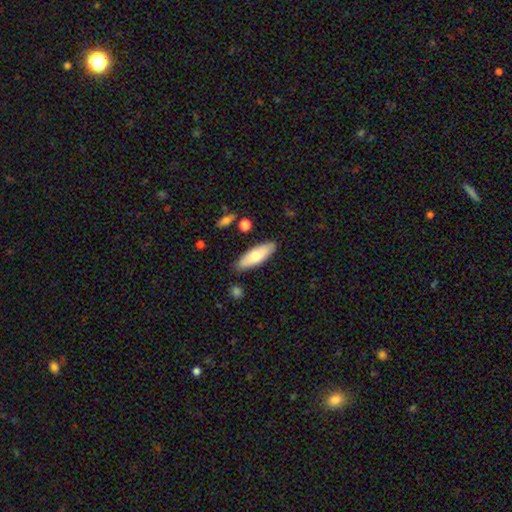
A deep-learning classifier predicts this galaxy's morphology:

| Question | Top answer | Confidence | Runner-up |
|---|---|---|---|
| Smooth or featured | smooth | 68% | featured or disk (26%) |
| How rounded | in between | 62% | cigar-shaped (36%) |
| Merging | none | 86% | minor disturbance (10%) |